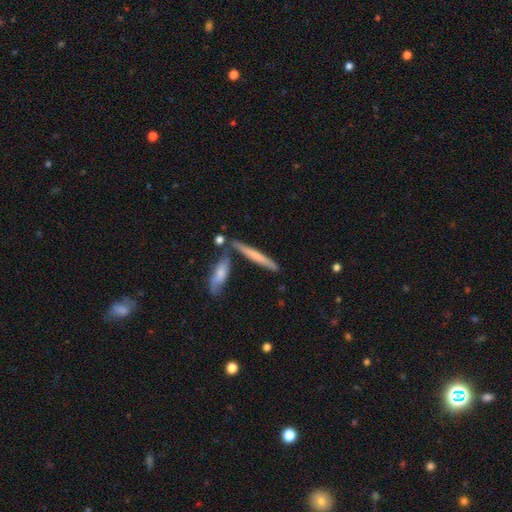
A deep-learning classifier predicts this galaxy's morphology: Overall: smooth (54%; featured or disk 40%). How rounded: cigar-shaped (93%). Merging: none (74%).